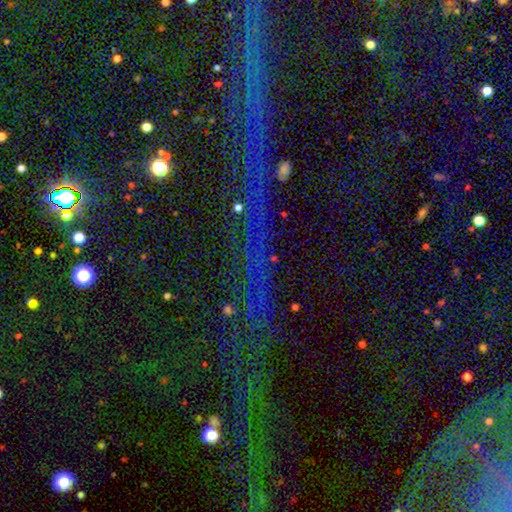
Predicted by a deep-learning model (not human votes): This appears to be a star or artifact, not a galaxy (76%).